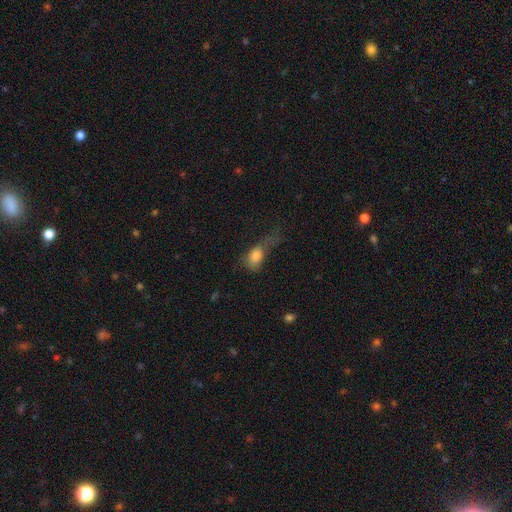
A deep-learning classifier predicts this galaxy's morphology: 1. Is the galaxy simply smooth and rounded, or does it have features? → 78% smooth, 13% featured or disk, 9% star or artifact.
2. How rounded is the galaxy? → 81% in between, 13% round, 6% cigar-shaped.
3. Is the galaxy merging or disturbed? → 52% major disturbance, 23% minor disturbance, 20% none, 5% merger.